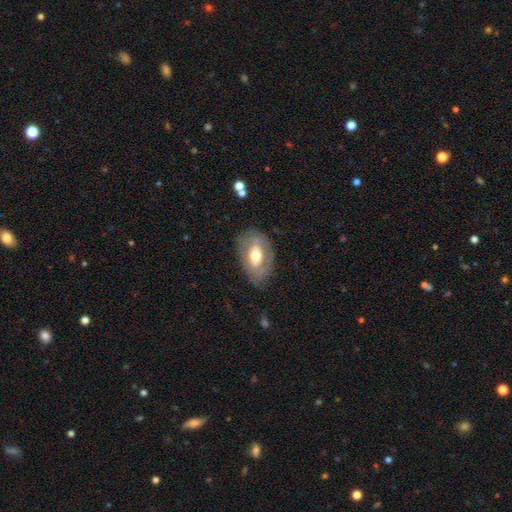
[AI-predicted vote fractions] Smooth or featured? featured or disk (57%)
Edge-on disk? no (90%)
Bar? no (57%)
Spiral arms? no (67%)
Bulge size? moderate (68%)
Merging? none (72%)